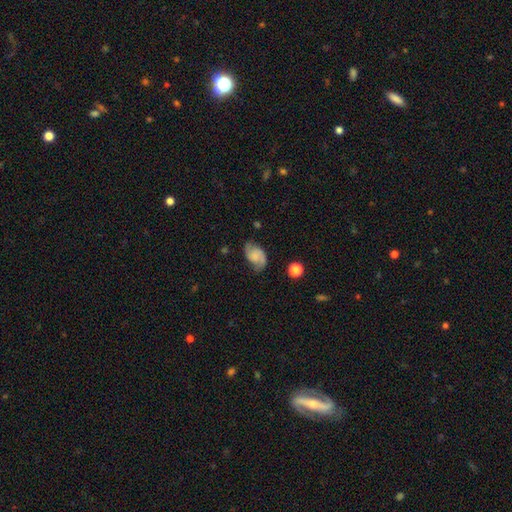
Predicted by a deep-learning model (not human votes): This is likely a featured or disk galaxy (60%). It is clearly not viewed edge-on (97%). Bar: likely no (62%). Spiral arm pattern: clearly yes (92%). Spiral arm count: clearly 2 (85%). Spiral winding: possibly medium (46%). Central bulge: marginally small (38%). Merging: likely none (66%).